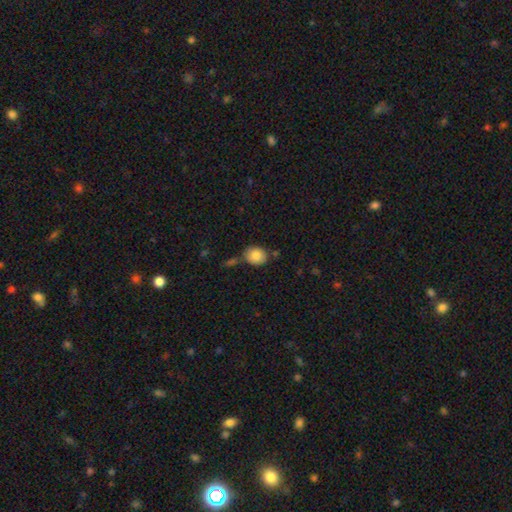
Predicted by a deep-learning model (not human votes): Overall: smooth (85%). How rounded: round (67%; in between 32%). Merging: none (64%).